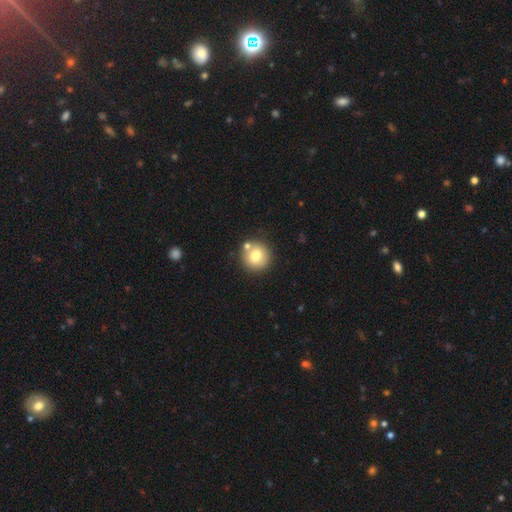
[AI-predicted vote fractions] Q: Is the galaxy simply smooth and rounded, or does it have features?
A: smooth — 75%.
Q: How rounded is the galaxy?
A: round — 93%.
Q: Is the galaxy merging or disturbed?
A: none — 78%.